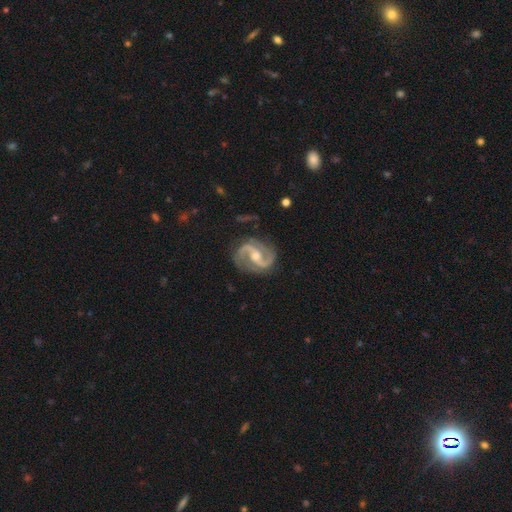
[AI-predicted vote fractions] Morphology: type=featured or disk (93%); edge-on=no (98%); bar=weak (45%); spiral arms=yes (98%); winding=medium (63%); arm count=2 (94%); bulge=moderate (65%); merging=none (81%).